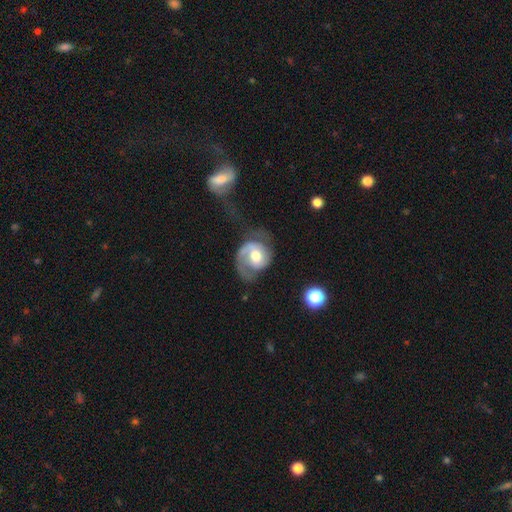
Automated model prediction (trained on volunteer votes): Morphology: type=featured or disk (75%); edge-on=no (98%); bar=no (61%); spiral arms=yes (90%); winding=medium (41%); arm count=2 (48%); bulge=moderate (67%); merging=none (40%).